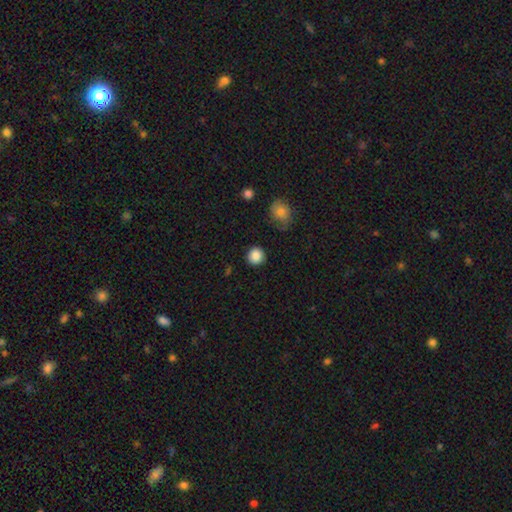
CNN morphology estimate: A smooth galaxy with no disk features (87%) that is round (93%).

Vote fractions:
- Smooth or featured? smooth: 87% / star or artifact: 9% / featured or disk: 4%
- How rounded? round: 93% / in between: 6% / cigar-shaped: 1%
- Merging? none: 89% / minor disturbance: 7% / major disturbance: 2% / merger: 2%